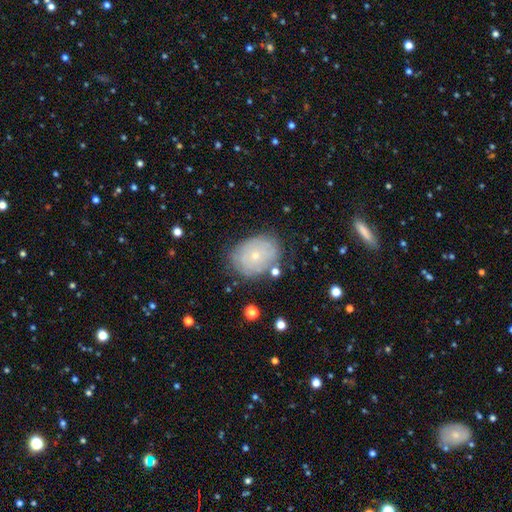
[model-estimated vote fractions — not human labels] smooth-or-featured: featured or disk: 52% | smooth: 39% | star or artifact: 9%
  disk-edge-on: no: 96% | yes: 4%
  merging: none: 72% | minor disturbance: 19% | major disturbance: 6% | merger: 3%